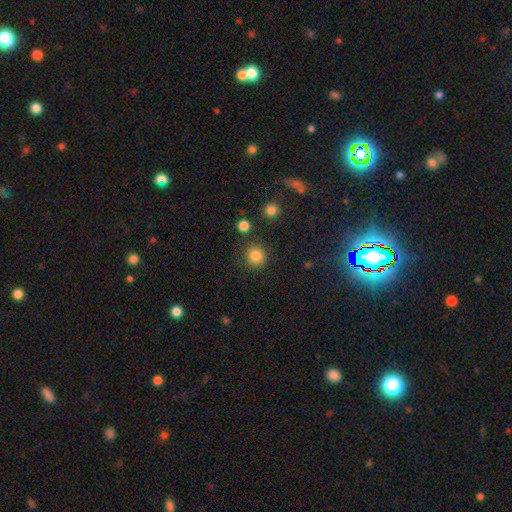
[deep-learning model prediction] Morphology: type=smooth (83%); roundness=round (90%); merging=none (84%).